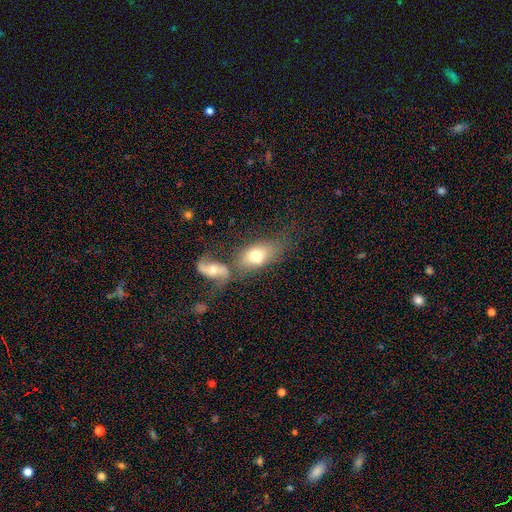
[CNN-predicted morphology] This appears to be a smooth galaxy with no disk features (64%) that is in between round and cigar-shaped (86%). Merging: merger (42%).